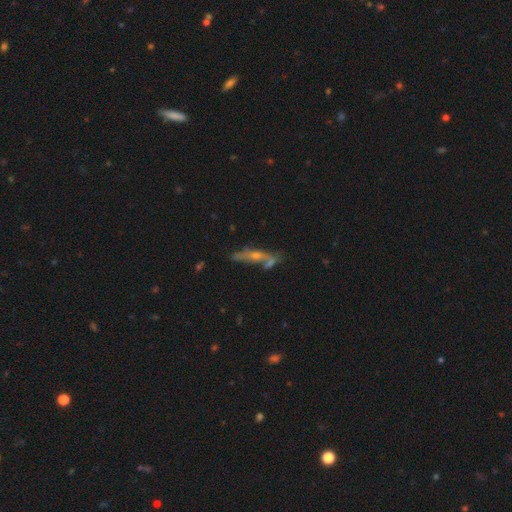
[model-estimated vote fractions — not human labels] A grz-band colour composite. It shows a featured or disk galaxy (59%) viewed edge-on (67%). Merging: none (50%).